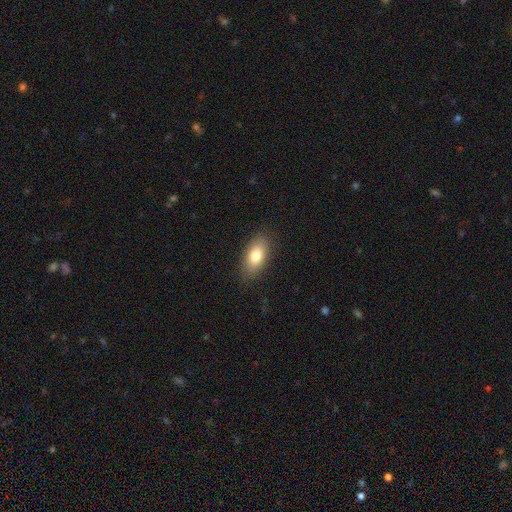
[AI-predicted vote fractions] Smooth or featured: smooth — 80% (featured or disk — 13%)
How rounded: in between — 89% (round — 5%)
Merging: none — 85% (minor disturbance — 11%)